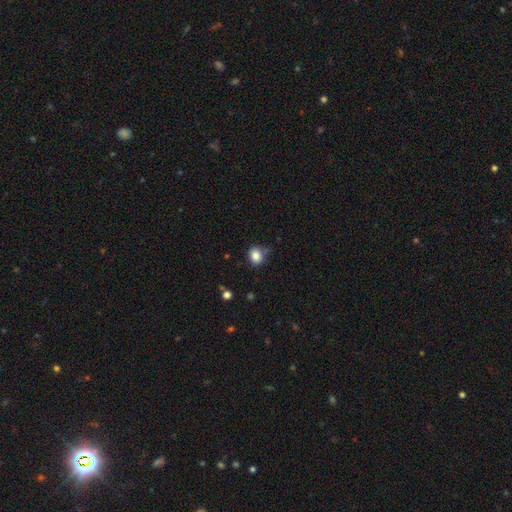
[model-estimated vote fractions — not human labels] The model was most divided on "how rounded": round: 68%, in between: 31%, cigar-shaped: 1%. More confident: smooth or featured — smooth (84%); merging — none (64%).